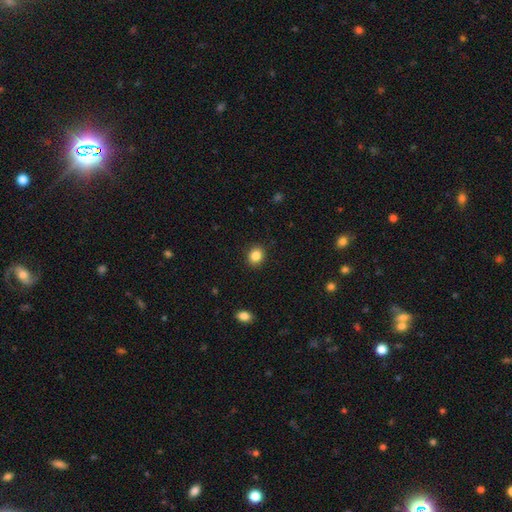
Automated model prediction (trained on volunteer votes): smooth_or_featured: smooth (p=0.85) [alt: star or artifact p=0.10]
how_rounded: round (p=0.67) [alt: in between p=0.32]
merging: none (p=0.90) [alt: minor disturbance p=0.07]